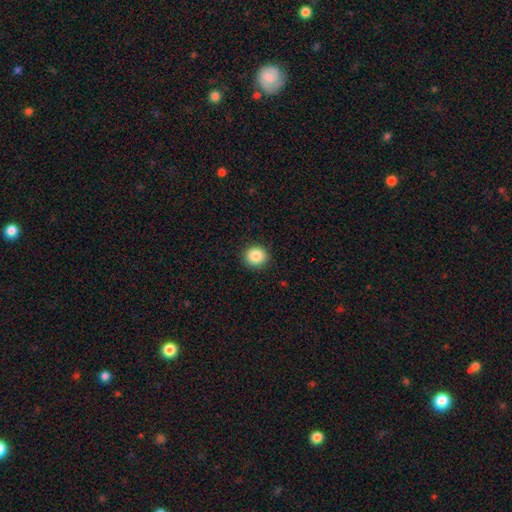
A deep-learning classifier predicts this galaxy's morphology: A smooth galaxy with no disk features (87%) that is round (89%).

Vote fractions:
- Smooth or featured? smooth: 87% / star or artifact: 9% / featured or disk: 4%
- How rounded? round: 89% / in between: 10% / cigar-shaped: 1%
- Merging? none: 91% / minor disturbance: 6% / major disturbance: 2% / merger: 1%